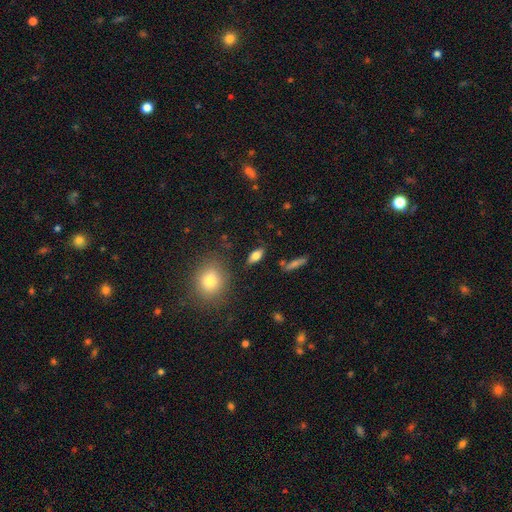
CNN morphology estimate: This is likely a smooth galaxy (74%). How rounded: clearly in between (82%). Merging: clearly none (83%).